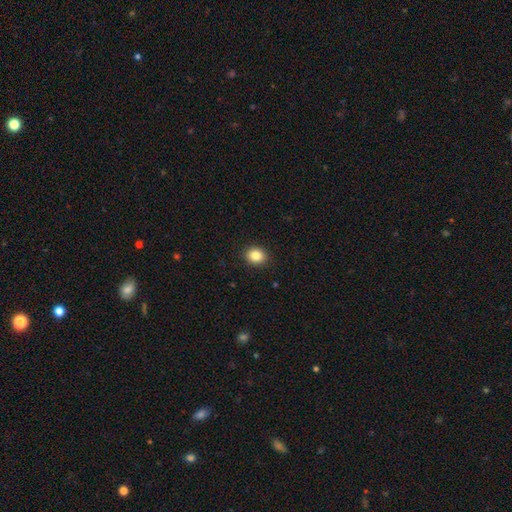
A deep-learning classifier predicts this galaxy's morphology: smooth_or_featured: smooth (p=0.84) [alt: star or artifact p=0.10]
how_rounded: round (p=0.64) [alt: in between p=0.35]
merging: none (p=0.91) [alt: minor disturbance p=0.06]